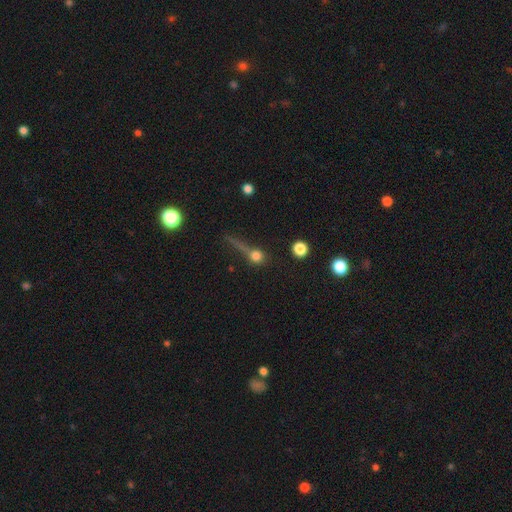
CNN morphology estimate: Smooth or featured: smooth — 67% (star or artifact — 18%)
How rounded: round — 78% (in between — 14%)
Merging: none — 53% (major disturbance — 17%)